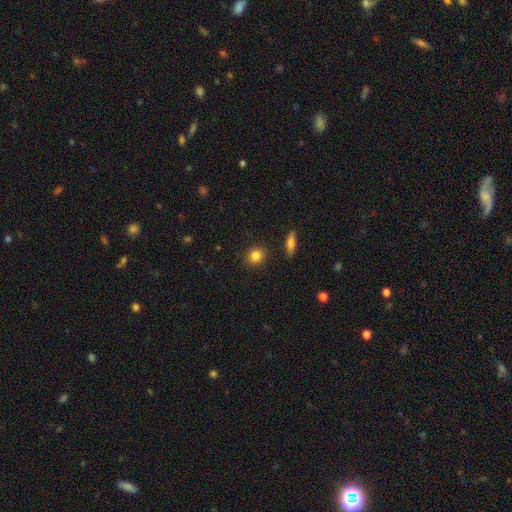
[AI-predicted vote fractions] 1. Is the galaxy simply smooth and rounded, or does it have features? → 84% smooth, 10% star or artifact, 6% featured or disk.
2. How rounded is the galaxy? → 82% round, 16% in between, 2% cigar-shaped.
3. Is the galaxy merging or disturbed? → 90% none, 7% minor disturbance, 2% major disturbance, 2% merger.